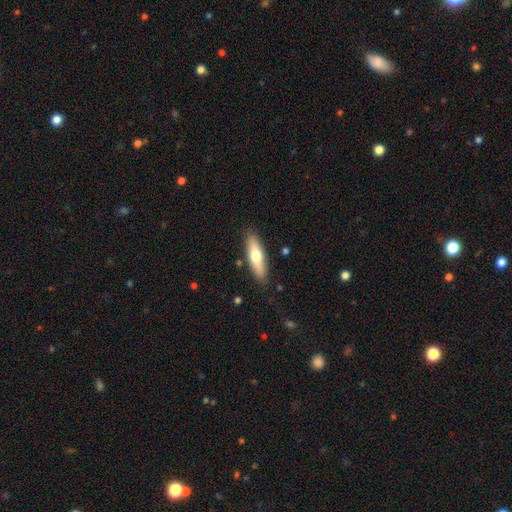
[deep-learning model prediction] smooth-or-featured: smooth: 60% | featured or disk: 34% | star or artifact: 6%
  how-rounded: cigar-shaped: 61% | in between: 37% | round: 2%
  merging: none: 85% | minor disturbance: 10% | major disturbance: 2% | merger: 2%